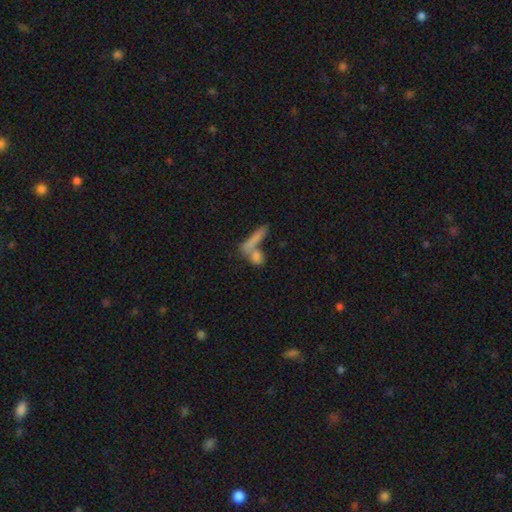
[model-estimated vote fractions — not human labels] The model was most divided on "merging": none: 43%, merger: 41%, minor disturbance: 9%, major disturbance: 7%. Remaining: smooth or featured — smooth (72%); how rounded — in between (41%).